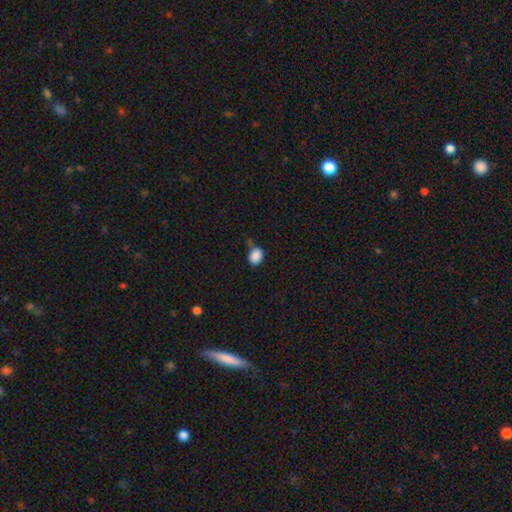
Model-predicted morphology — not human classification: type=smooth (87%); roundness=in between (63%); merging=none (55%).